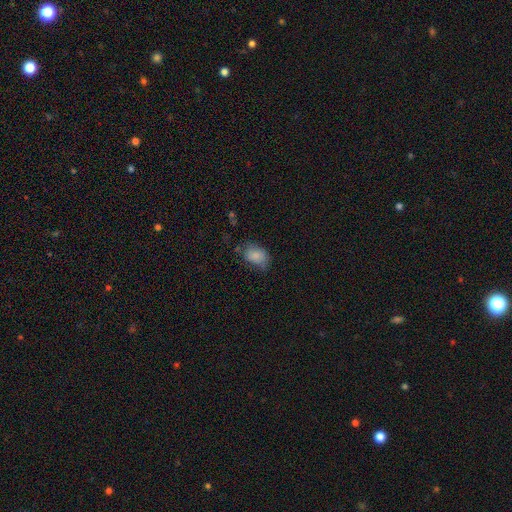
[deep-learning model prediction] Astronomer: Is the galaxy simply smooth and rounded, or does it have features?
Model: smooth — 83%.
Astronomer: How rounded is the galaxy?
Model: in between — 82%.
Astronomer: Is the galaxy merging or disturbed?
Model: none — 57%.